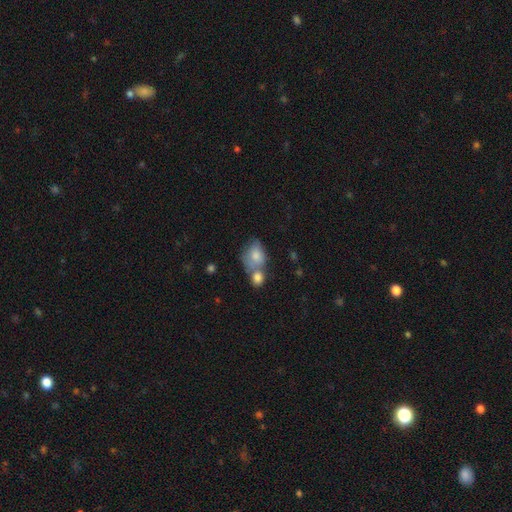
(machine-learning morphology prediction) This appears to be a smooth galaxy with no disk features (75%) that is in between round and cigar-shaped (71%). Merging: merger (49%).